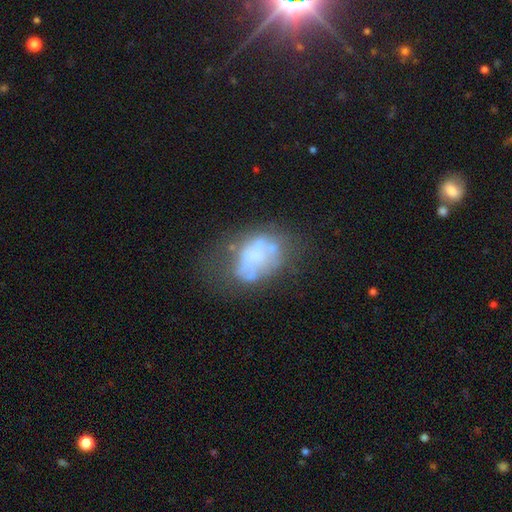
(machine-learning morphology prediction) The model was most divided on "merging": none: 33%, major disturbance: 30%, minor disturbance: 24%, merger: 13%. More confident: edge-on disk — no (97%); spiral arms — no (94%); bar — no (92%); bulge size — none (76%); smooth or featured — featured or disk (54%).